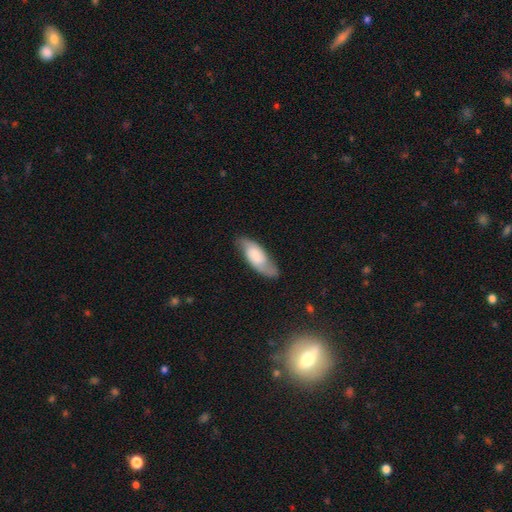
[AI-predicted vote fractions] Smooth or featured: smooth — 47% (tied with featured or disk — 47%)
Merging: none — 73% (minor disturbance — 20%)